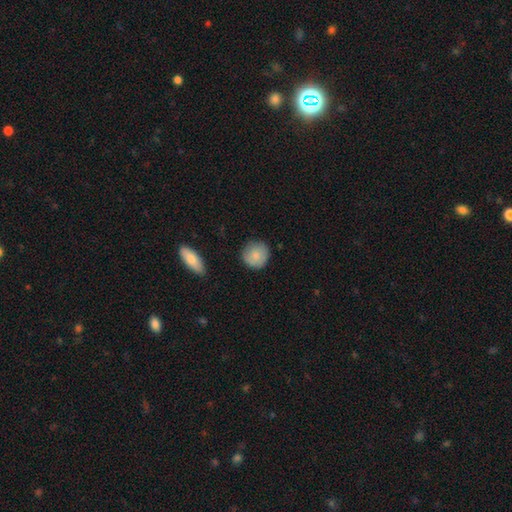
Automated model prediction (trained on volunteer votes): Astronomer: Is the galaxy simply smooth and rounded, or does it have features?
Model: smooth — 83%.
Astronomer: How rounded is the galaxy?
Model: round — 92%.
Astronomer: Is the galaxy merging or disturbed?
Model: none — 83%.